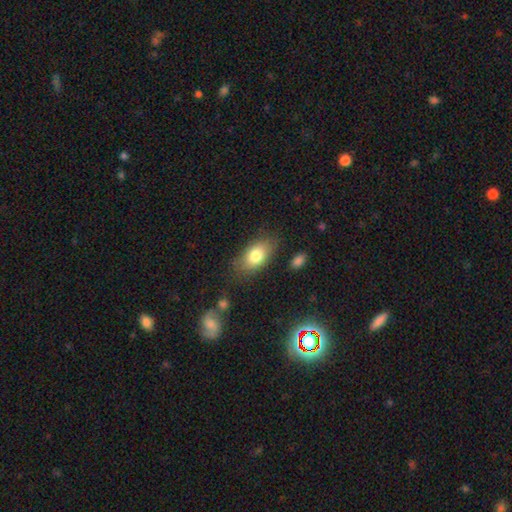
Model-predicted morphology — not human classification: smooth-or-featured: smooth: 79% | featured or disk: 13% | star or artifact: 8%
  how-rounded: in between: 89% | round: 8% | cigar-shaped: 3%
  merging: none: 78% | minor disturbance: 15% | major disturbance: 4% | merger: 3%